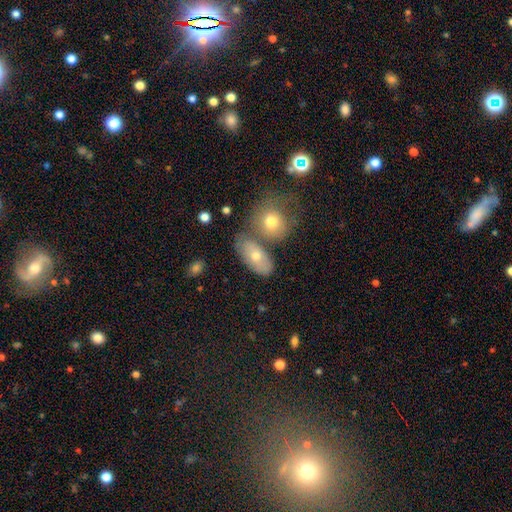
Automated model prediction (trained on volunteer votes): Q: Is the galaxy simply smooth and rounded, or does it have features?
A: smooth — 63%.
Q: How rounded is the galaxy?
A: in between — 82%.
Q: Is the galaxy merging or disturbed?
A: none — 51%.